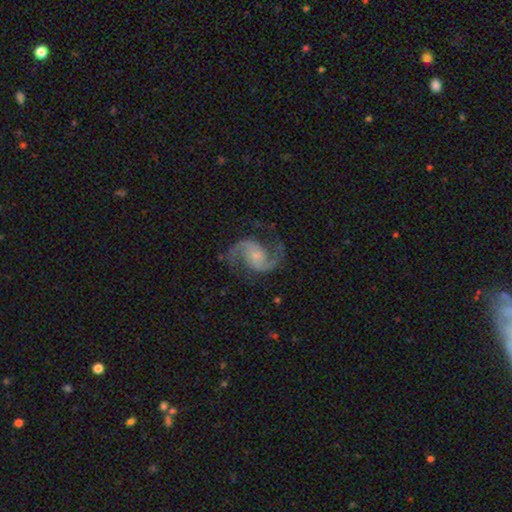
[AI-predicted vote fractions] This is clearly a featured or disk galaxy (92%). It is clearly not viewed edge-on (98%). Bar: possibly no (55%). Spiral arm pattern: clearly yes (98%). Spiral arm count: clearly 2 (94%). Spiral winding: possibly medium (54%). Central bulge: possibly small (56%). Merging: likely none (80%).